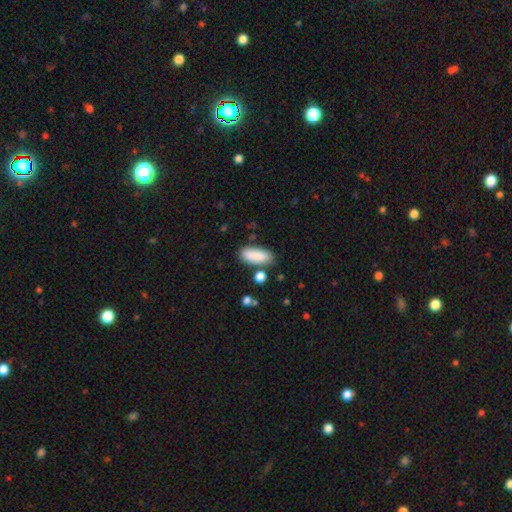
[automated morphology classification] smooth-or-featured: smooth: 88% | star or artifact: 6% | featured or disk: 5%
  how-rounded: in between: 77% | cigar-shaped: 21% | round: 2%
  merging: none: 78% | minor disturbance: 12% | merger: 7% | major disturbance: 3%